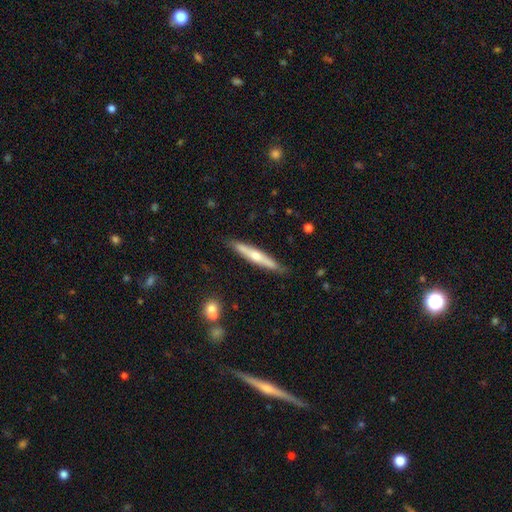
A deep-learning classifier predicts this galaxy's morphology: featured or disk 54%, smooth 40%, star or artifact 6%. Down the decision tree: edge-on disk — yes (93%); edge-on bulge — rounded (77%); merging — none (86%).